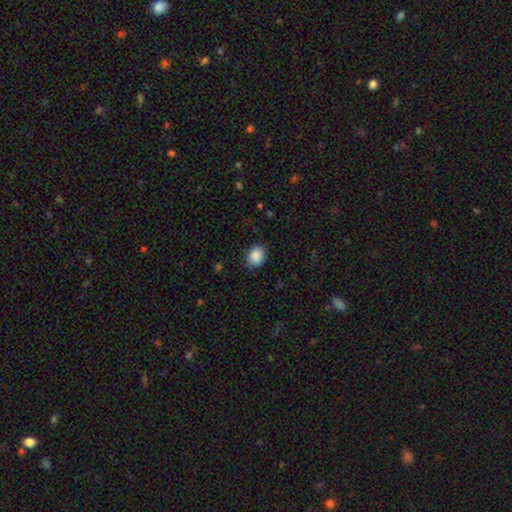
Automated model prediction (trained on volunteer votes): A smooth galaxy with no disk features (89%) that is in between round and cigar-shaped (62%). Merging: none (82%).